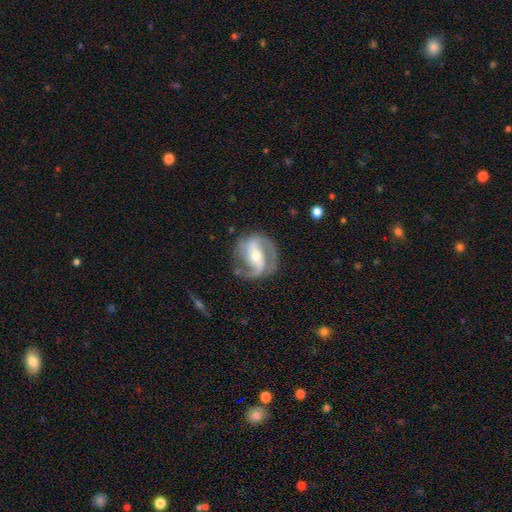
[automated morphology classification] Smooth or featured?
  - featured or disk: 87% *
  - smooth: 8%
  - star or artifact: 5%
Edge-on disk?
  - no: 97% *
  - yes: 3%
Bar?
  - strong: 40% *
  - weak: 34%
  - no: 26%
Spiral arms?
  - yes: 95% *
  - no: 5%
Spiral winding?
  - medium: 51% *
  - tight: 28%
  - loose: 21%
Spiral arm count?
  - 2: 78% *
  - 3: 7%
  - 1: 6%
  - can't tell: 5%
  - 4: 2%
  - more than 4: 2%
Bulge size?
  - moderate: 58% *
  - small: 36%
  - large: 4%
  - none: 1%
  - dominant: 1%
Merging?
  - none: 71% *
  - minor disturbance: 17%
  - major disturbance: 10%
  - merger: 2%